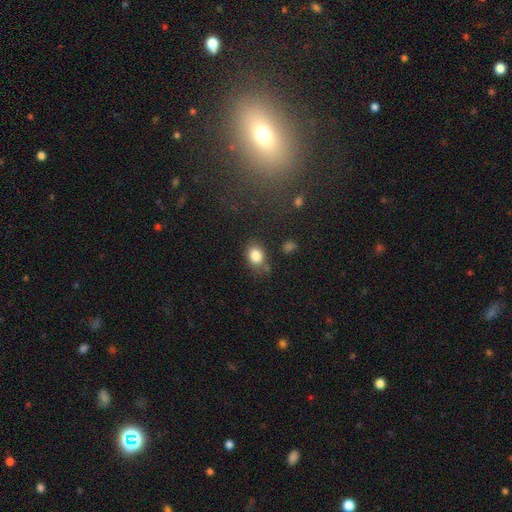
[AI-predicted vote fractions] Smooth or featured? smooth (84%)
How rounded? in between (60%)
Merging? none (71%)